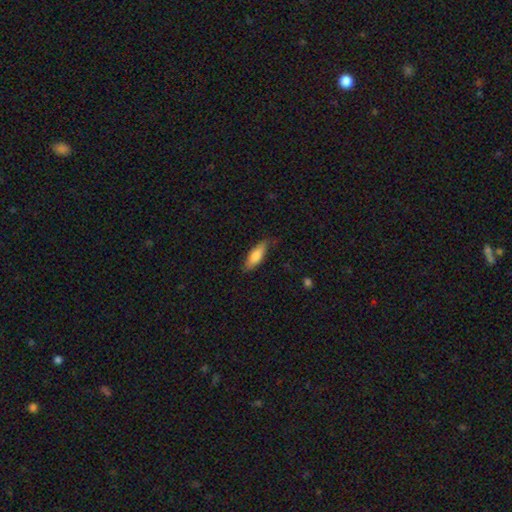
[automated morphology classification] type=smooth (78%); roundness=in between (57%); merging=none (76%).